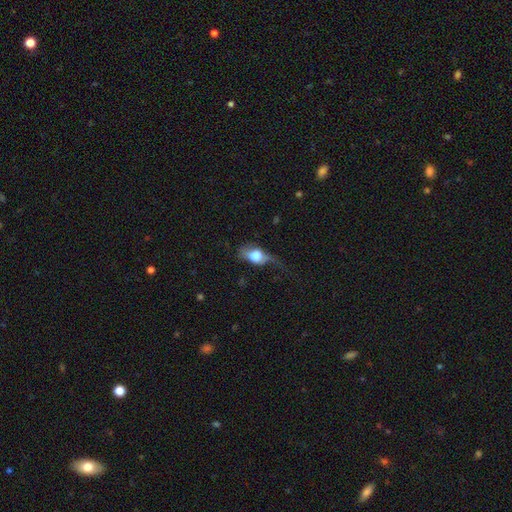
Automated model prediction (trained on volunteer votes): Smooth or featured?
  - smooth: 66% *
  - featured or disk: 26%
  - star or artifact: 8%
How rounded?
  - in between: 76% *
  - round: 19%
  - cigar-shaped: 5%
Merging?
  - major disturbance: 42% *
  - minor disturbance: 28%
  - none: 27%
  - merger: 3%